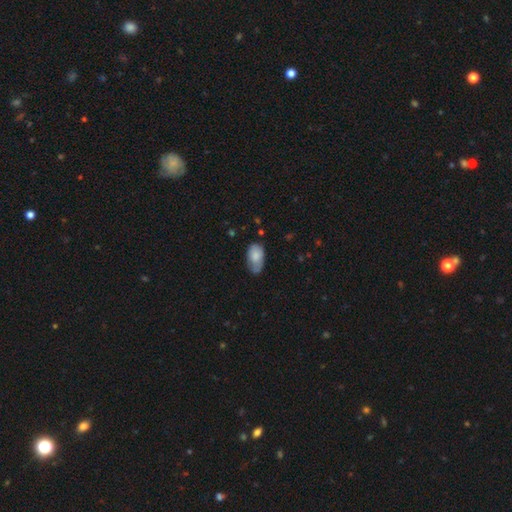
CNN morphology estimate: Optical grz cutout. It shows a smooth galaxy with no disk features (79%) that is in between round and cigar-shaped (93%). Merging: none (49%).